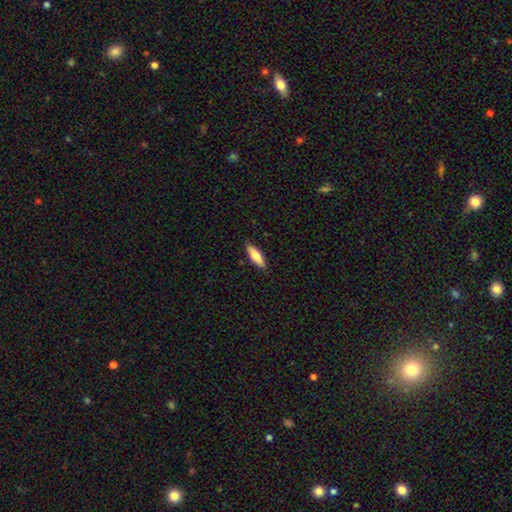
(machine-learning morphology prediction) smooth 73%, featured or disk 21%, star or artifact 6%. Down the decision tree: how rounded — cigar-shaped (52%); merging — none (87%).